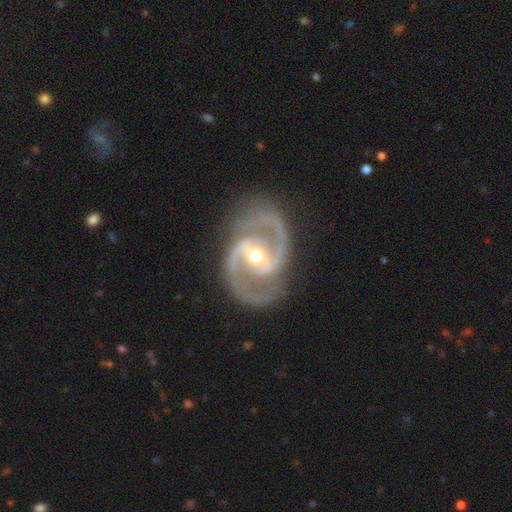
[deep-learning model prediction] Overall: featured or disk (93%). Edge-on disk: no (98%). Bar: weak (41%; strong 36%). Spiral arms: yes (98%). Spiral arm count: 2 (94%). Spiral winding: medium (63%; tight 23%). Bulge size: moderate (69%). Merging: none (79%).